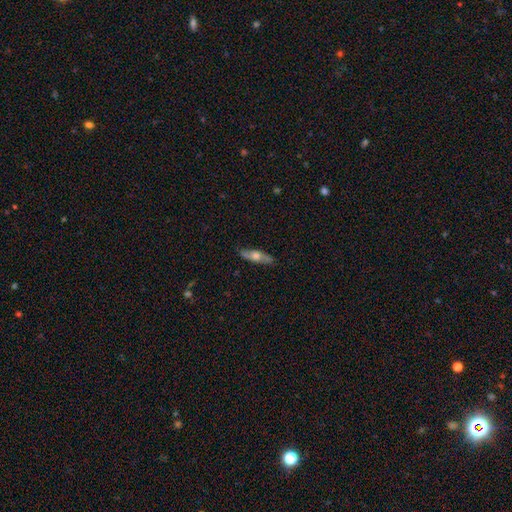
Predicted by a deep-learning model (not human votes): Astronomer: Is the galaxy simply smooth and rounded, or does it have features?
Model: featured or disk — 51% (runner-up: smooth, 43%).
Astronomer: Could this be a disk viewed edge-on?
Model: yes — 56% (runner-up: no, 44%).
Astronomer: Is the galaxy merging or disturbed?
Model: none — 84%.